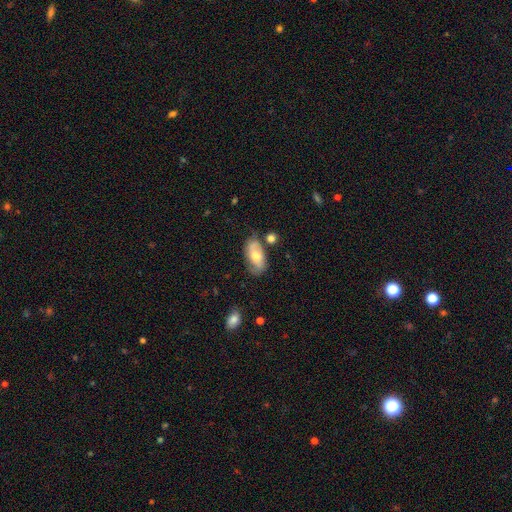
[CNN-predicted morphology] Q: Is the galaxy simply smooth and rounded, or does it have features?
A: smooth — 54%.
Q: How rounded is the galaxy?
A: in between — 92%.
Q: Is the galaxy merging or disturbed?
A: none — 65%.